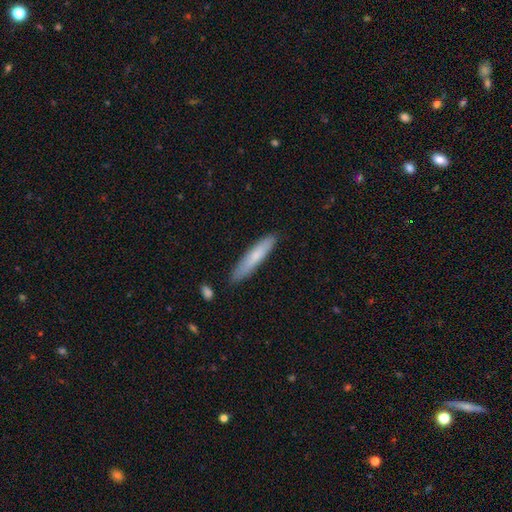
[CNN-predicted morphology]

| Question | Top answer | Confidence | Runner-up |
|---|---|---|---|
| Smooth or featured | smooth | 72% | featured or disk (22%) |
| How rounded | cigar-shaped | 88% | in between (10%) |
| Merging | none | 82% | minor disturbance (13%) |